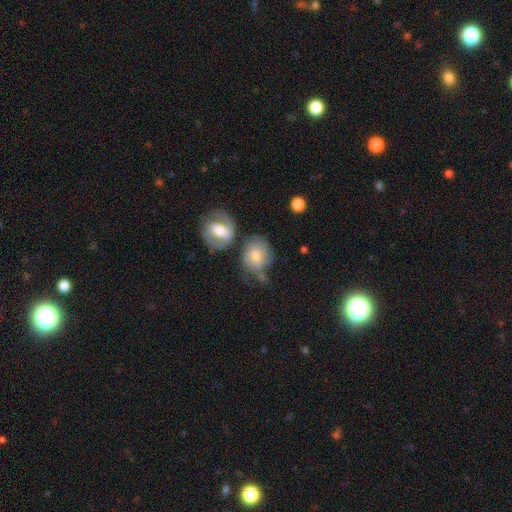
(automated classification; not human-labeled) A smooth galaxy with no disk features (52%) that is round (61%).

Vote fractions:
- Smooth or featured? smooth: 52% / featured or disk: 40% / star or artifact: 9%
- How rounded? round: 61% / in between: 38% / cigar-shaped: 1%
- Merging? none: 42% / merger: 24% / minor disturbance: 21% / major disturbance: 13%